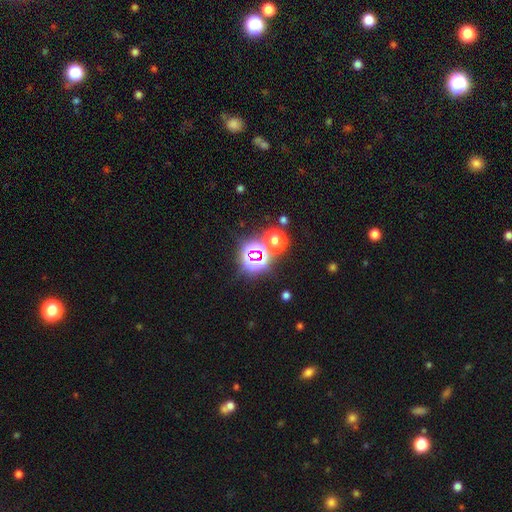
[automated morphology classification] type=star or artifact (67%).